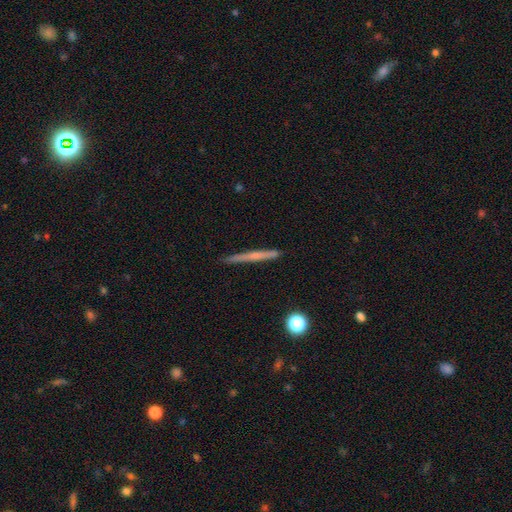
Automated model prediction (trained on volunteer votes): Smooth or featured: featured or disk — 49% (smooth — 44%)
Merging: none — 90% (minor disturbance — 7%)